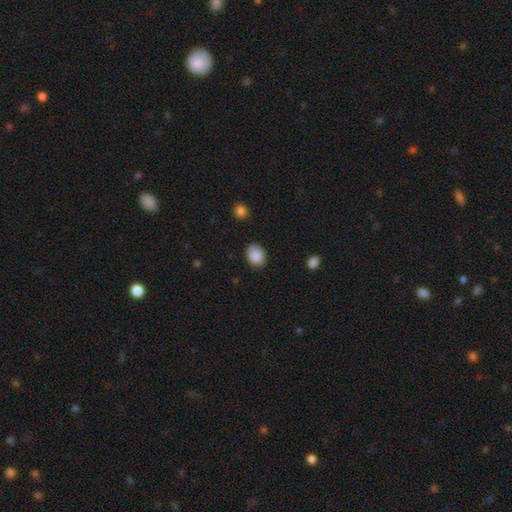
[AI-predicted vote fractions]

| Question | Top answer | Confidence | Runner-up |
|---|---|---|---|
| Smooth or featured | smooth | 88% | star or artifact (8%) |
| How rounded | in between | 56% | round (43%) |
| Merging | none | 79% | minor disturbance (16%) |